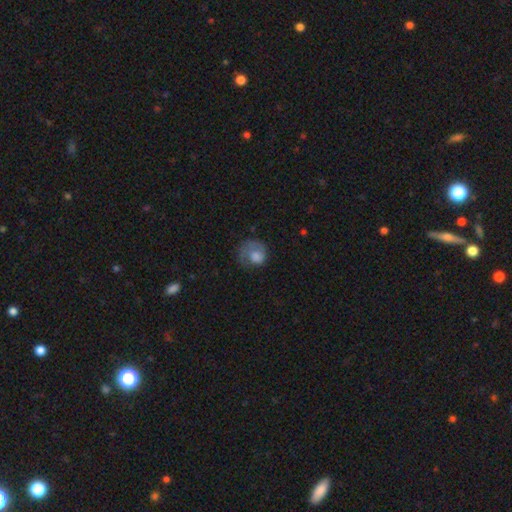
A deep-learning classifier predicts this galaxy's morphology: smooth_or_featured: smooth (p=0.61) [alt: featured or disk p=0.30]
how_rounded: round (p=0.70) [alt: in between p=0.29]
merging: major disturbance (p=0.37) [tied with: none p=0.37]